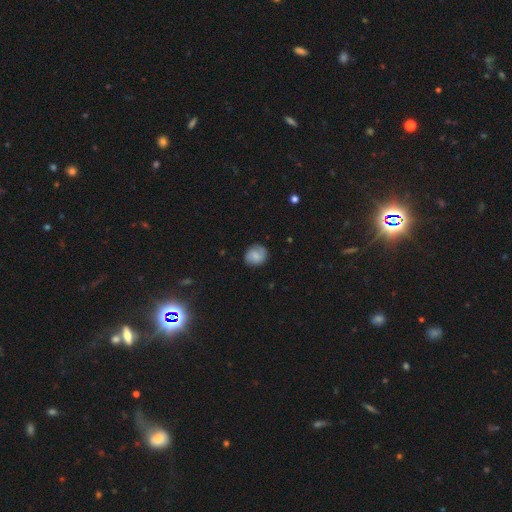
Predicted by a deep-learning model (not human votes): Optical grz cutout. It shows a smooth galaxy with no disk features (58%) that is round (76%). Merging: none (81%).